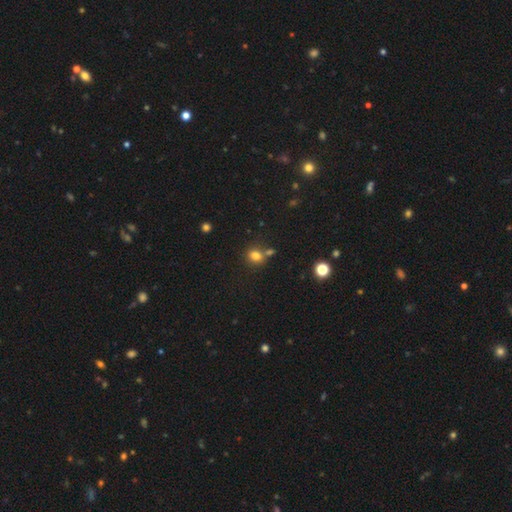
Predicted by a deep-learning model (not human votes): A smooth galaxy with no disk features (79%) that is round (66%). Merging: none (65%).